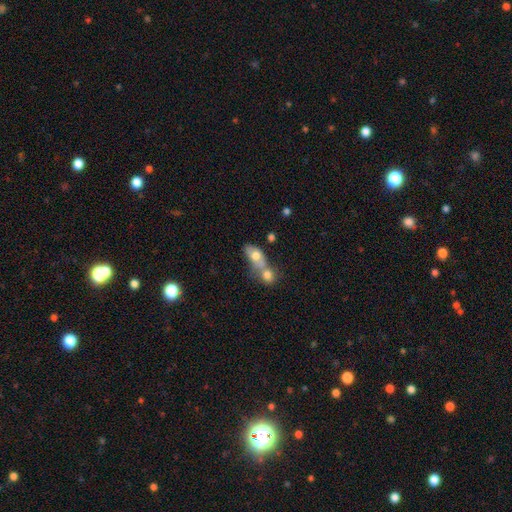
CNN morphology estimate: The model was most divided on "merging": merger: 67%, none: 19%, minor disturbance: 8%, major disturbance: 5%. More confident: how rounded — in between (77%); smooth or featured — smooth (70%).